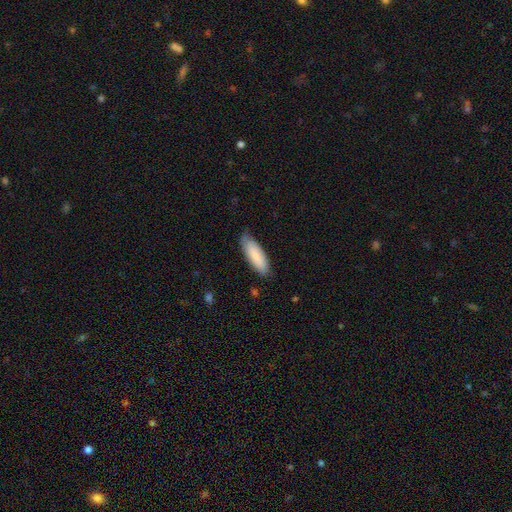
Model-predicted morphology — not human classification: Smooth or featured? smooth (84%)
How rounded? in between (63%)
Merging? none (70%)